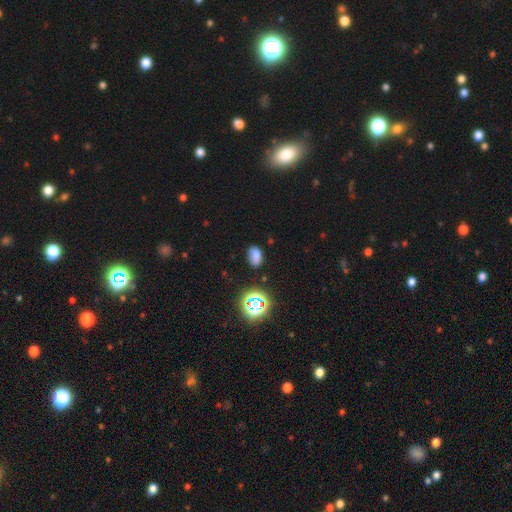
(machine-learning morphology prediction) type=smooth (68%); roundness=in between (88%); merging=none (75%).